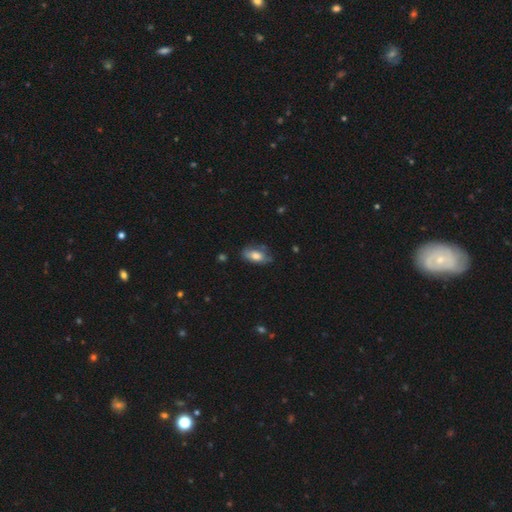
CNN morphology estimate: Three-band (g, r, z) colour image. It shows a smooth galaxy with no disk features (71%) that is in between round and cigar-shaped (89%). Merging: none (63%).